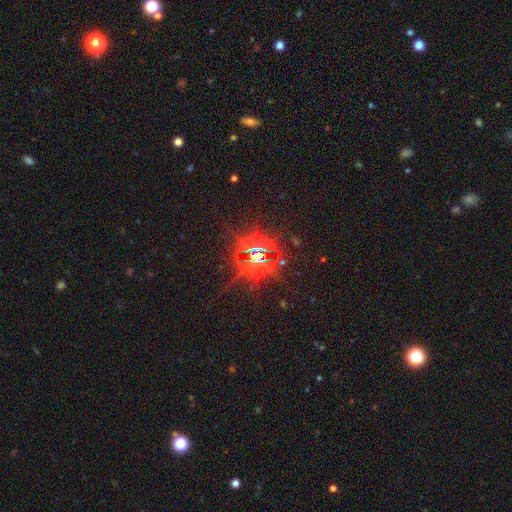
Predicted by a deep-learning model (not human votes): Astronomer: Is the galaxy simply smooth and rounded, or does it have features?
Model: star or artifact — 84%.